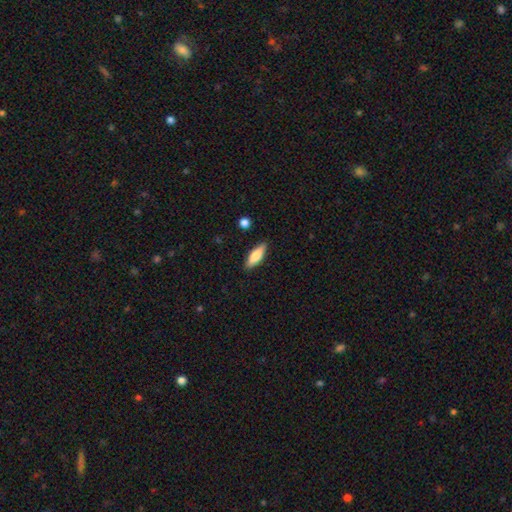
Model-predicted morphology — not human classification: smooth 74%, featured or disk 20%, star or artifact 6%. Down the decision tree: how rounded — in between (53%); merging — none (87%).